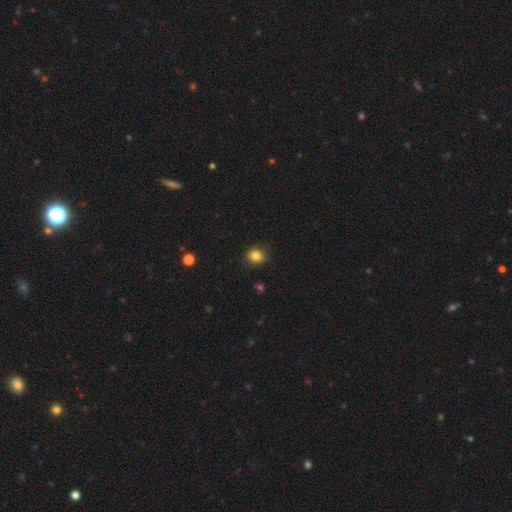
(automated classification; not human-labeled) This is clearly a smooth galaxy (84%). How rounded: likely round (68%). Merging: clearly none (86%).